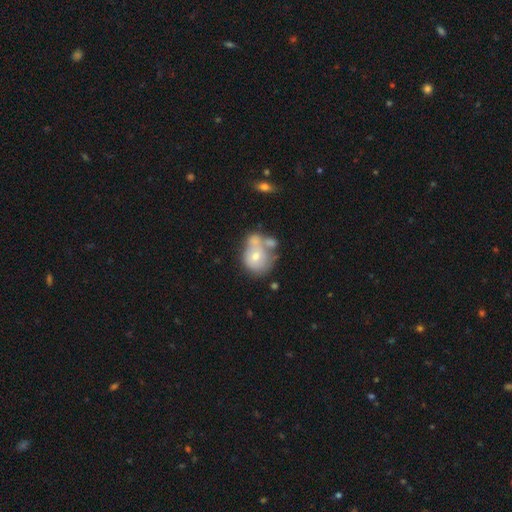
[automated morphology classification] smooth_or_featured: smooth (p=0.58) [alt: featured or disk p=0.34]
how_rounded: round (p=0.60) [alt: in between p=0.39]
merging: merger (p=0.51) [alt: none p=0.22]